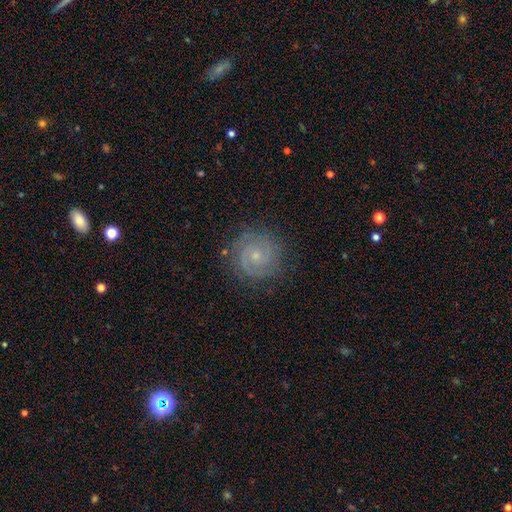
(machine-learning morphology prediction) A featured or disk galaxy (81%) with no bar (70%), 2 (73%) tight (71%) spiral arms (97%) and a small central bulge (73%). Merging: none (84%).